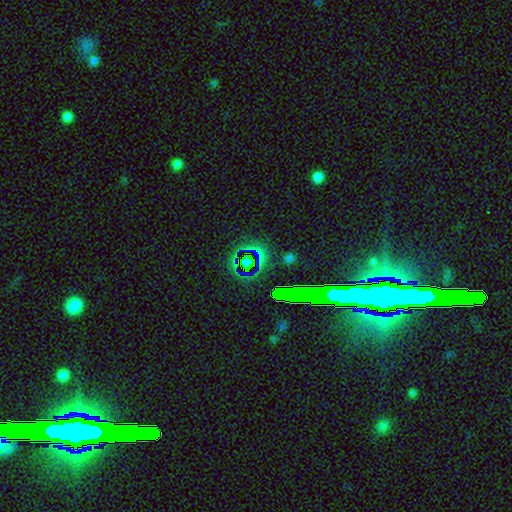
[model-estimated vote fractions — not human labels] This appears to be a star or artifact, not a galaxy (67%).